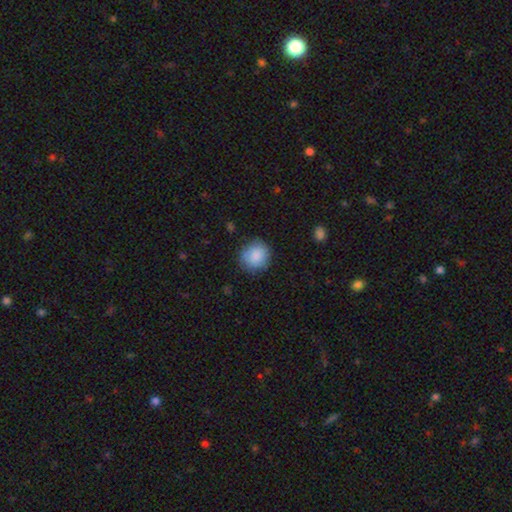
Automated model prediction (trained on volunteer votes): Q: Smooth or featured?
A: smooth (87%); runner-up: star or artifact (7%)
Q: How rounded?
A: round (85%); runner-up: in between (15%)
Q: Merging?
A: none (82%); runner-up: minor disturbance (13%)